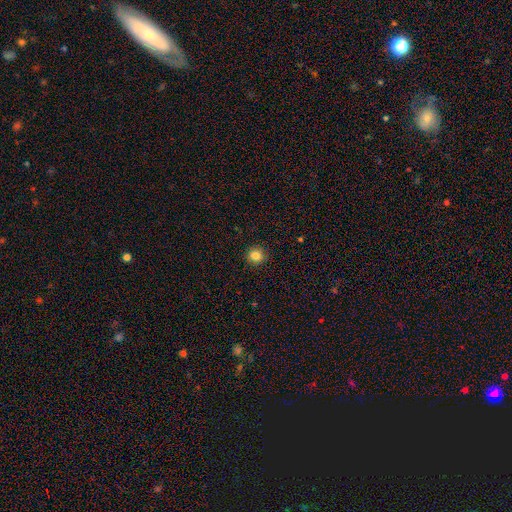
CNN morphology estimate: Smooth or featured: smooth — 84% (star or artifact — 11%)
How rounded: round — 89% (in between — 10%)
Merging: none — 90% (minor disturbance — 7%)